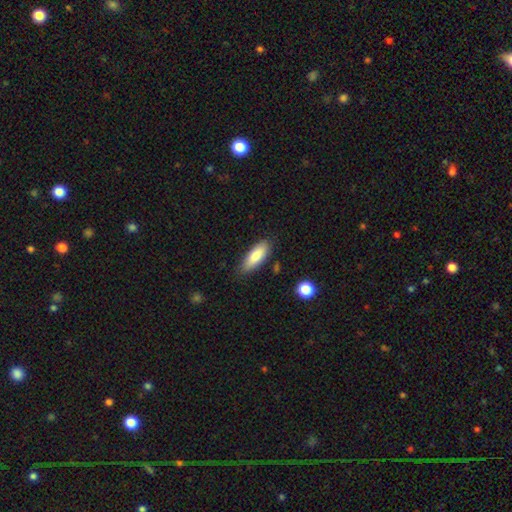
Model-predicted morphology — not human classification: This appears to be a smooth galaxy with no disk features (82%) that is in between round and cigar-shaped (68%). Merging: none (81%).